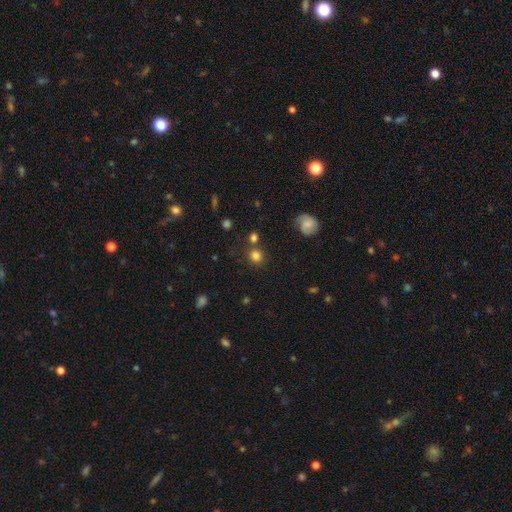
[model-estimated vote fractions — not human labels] Smooth or featured? smooth (81%)
How rounded? round (87%)
Merging? none (75%)